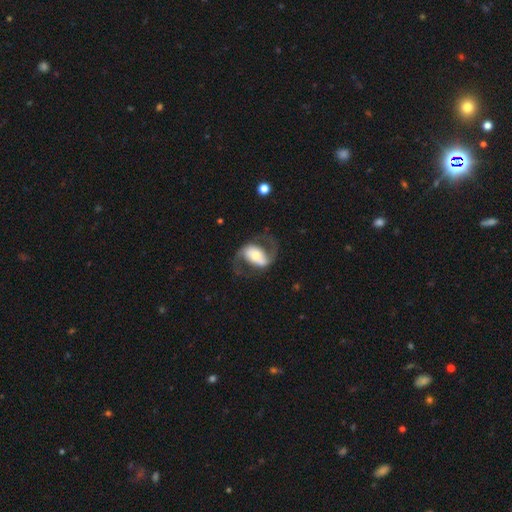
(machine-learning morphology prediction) The model was most divided on "bar": strong: 37%, no: 33%, weak: 30%. Remaining: edge-on disk — no (96%); spiral arm count — 2 (92%); spiral arms — yes (90%); smooth or featured — featured or disk (81%); merging — none (66%); bulge size — moderate (47%); spiral winding — loose (47%).